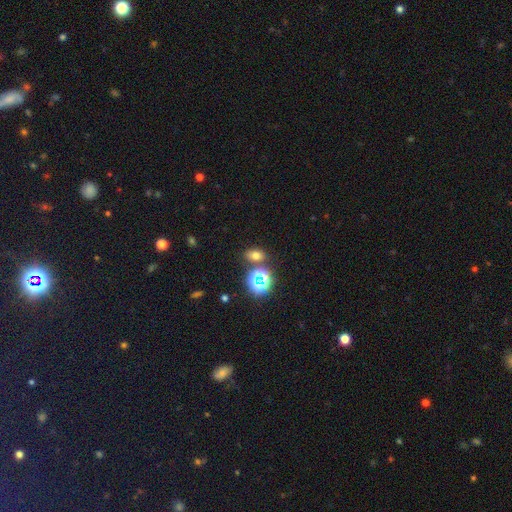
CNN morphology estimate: Smooth or featured?
  - smooth: 62% *
  - star or artifact: 29%
  - featured or disk: 9%
How rounded?
  - in between: 74% *
  - round: 24%
  - cigar-shaped: 2%
Merging?
  - none: 77% *
  - minor disturbance: 10%
  - merger: 10%
  - major disturbance: 4%